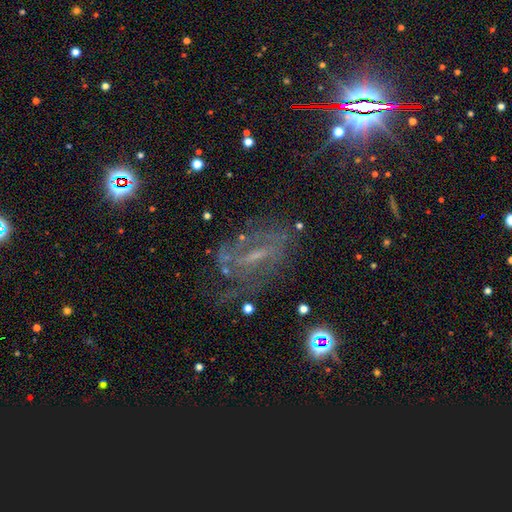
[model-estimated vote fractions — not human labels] Smooth or featured? featured or disk (61%)
Edge-on disk? no (86%)
Bar? weak (43%)
Spiral arms? yes (68%)
Bulge size? small (47%)
Merging? none (57%)